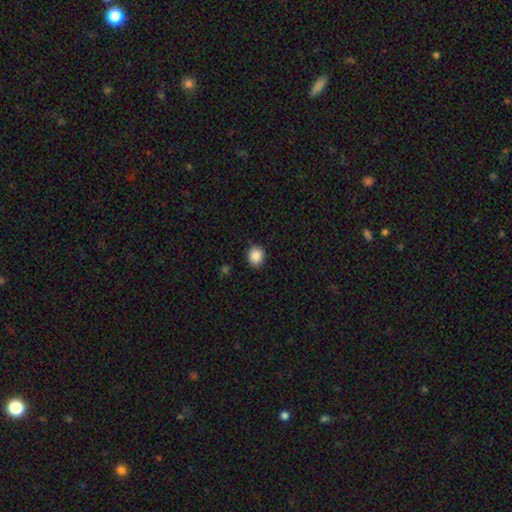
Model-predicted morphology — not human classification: Smooth or featured? smooth (88%)
How rounded? round (76%)
Merging? none (88%)